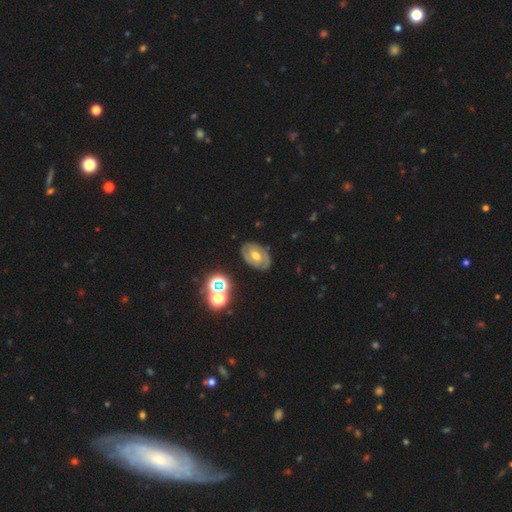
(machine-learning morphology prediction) type=featured or disk (70%); edge-on=no (95%); bar=weak (44%); spiral arms=yes (76%); winding=tight (58%); arm count=2 (65%); bulge=moderate (71%); merging=none (81%).